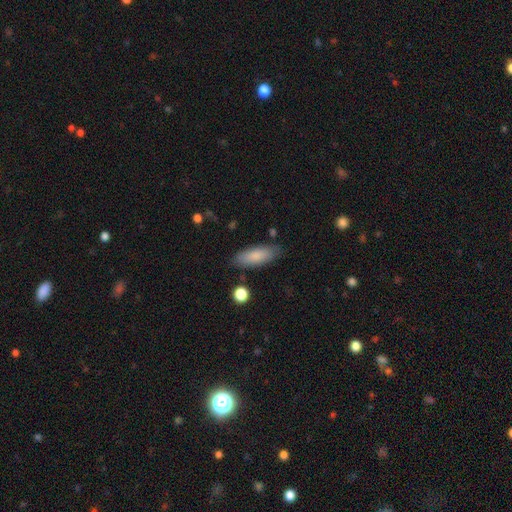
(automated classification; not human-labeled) smooth 83%, featured or disk 11%, star or artifact 6%. Down the decision tree: how rounded — in between (67%); merging — none (82%).